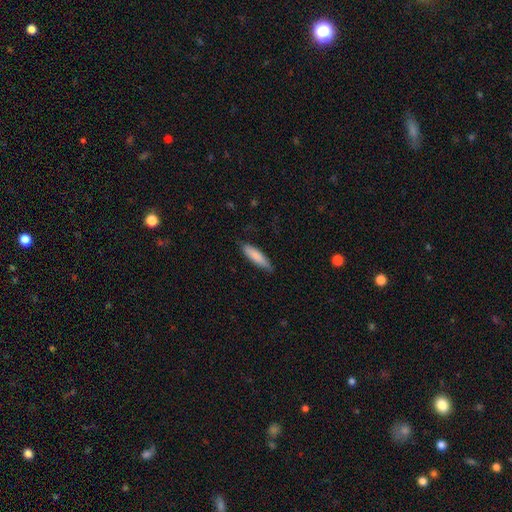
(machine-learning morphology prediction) The model was most divided on "how rounded": cigar-shaped: 68%, in between: 31%, round: 1%. More confident: smooth or featured — smooth (83%); merging — none (79%).